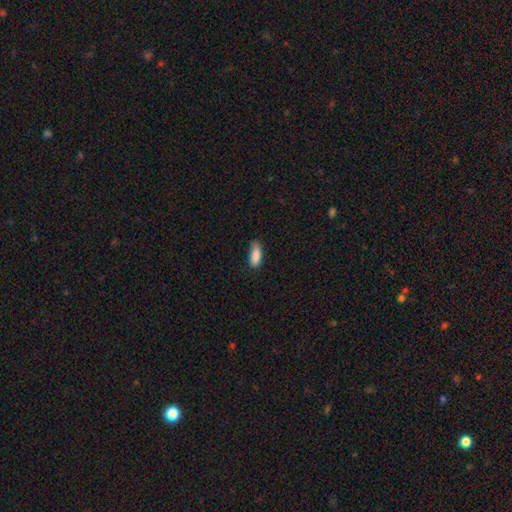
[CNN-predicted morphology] This is clearly a smooth galaxy (87%). How rounded: likely in between (79%). Merging: likely none (68%).